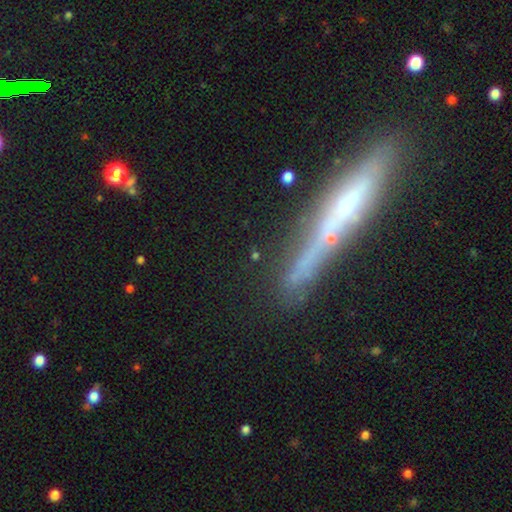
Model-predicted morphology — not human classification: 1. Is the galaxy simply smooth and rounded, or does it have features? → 44% smooth, 30% star or artifact, 25% featured or disk.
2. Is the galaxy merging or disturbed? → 74% none, 12% minor disturbance, 7% merger, 7% major disturbance.